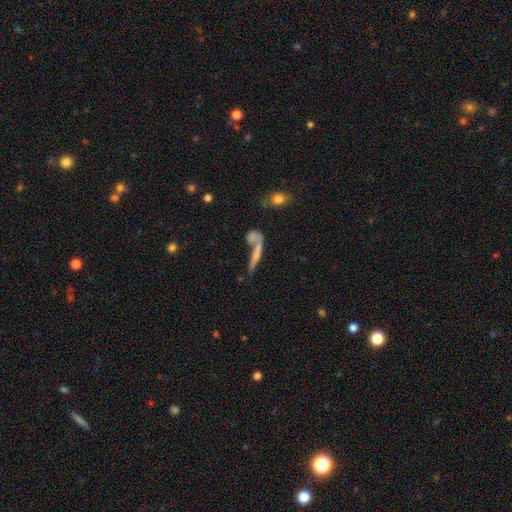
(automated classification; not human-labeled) A featured or disk galaxy (41%).

Vote fractions:
- Smooth or featured? featured or disk: 41% / smooth: 36% / star or artifact: 23%
- Merging? none: 37% / merger: 36% / major disturbance: 15% / minor disturbance: 13%